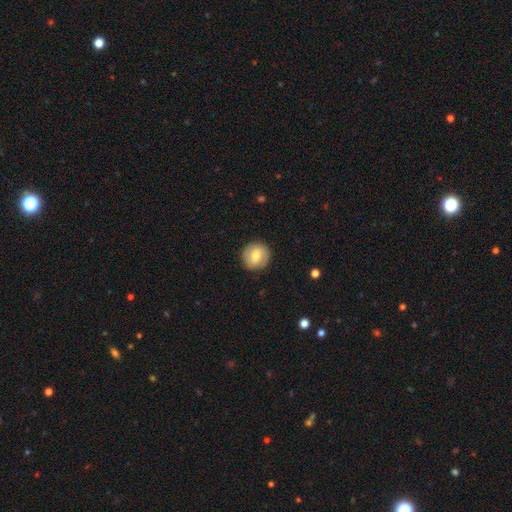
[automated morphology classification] Smooth or featured: smooth — 69% (featured or disk — 24%)
How rounded: round — 90% (in between — 9%)
Merging: none — 89% (minor disturbance — 8%)